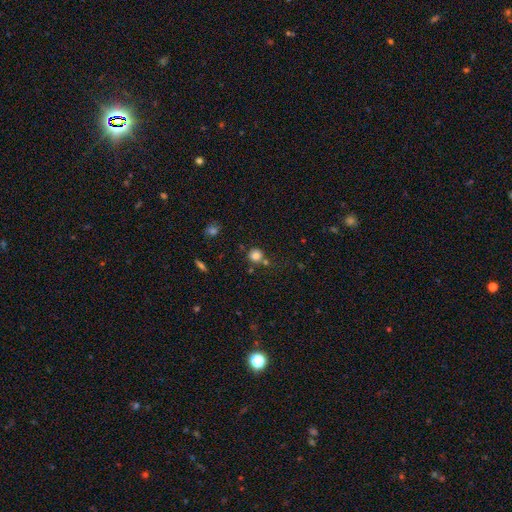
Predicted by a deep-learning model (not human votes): Morphology: type=smooth (81%); roundness=round (90%); merging=none (70%).